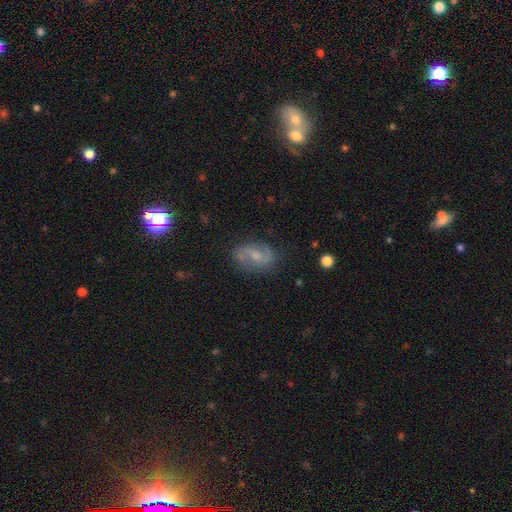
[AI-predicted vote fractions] A featured or disk galaxy (75%) with a weak bar (50%), 2 (89%) medium (42%, tied with loose) spiral arms (93%) and a small central bulge (50%). Merging: none (78%).